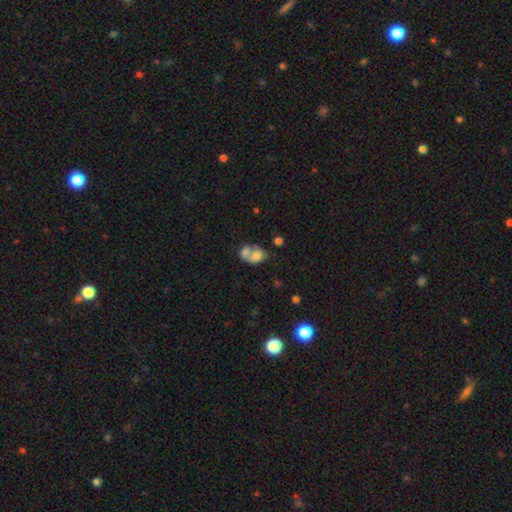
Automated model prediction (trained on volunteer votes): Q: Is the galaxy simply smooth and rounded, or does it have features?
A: smooth — 70%.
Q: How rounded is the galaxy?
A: in between — 68%.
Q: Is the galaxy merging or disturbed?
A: merger — 69%.